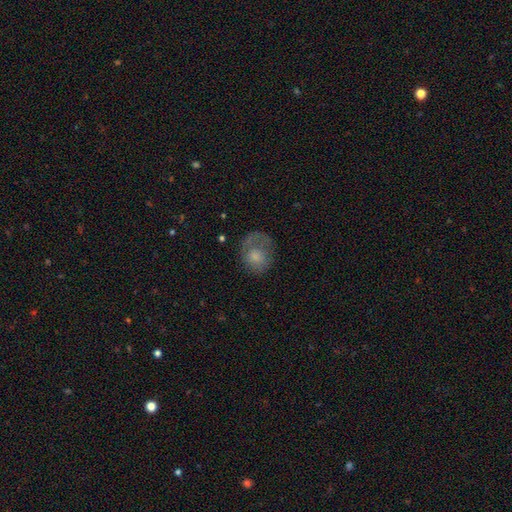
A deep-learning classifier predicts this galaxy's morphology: A smooth galaxy with no disk features (61%) that is round (69%).

Vote fractions:
- Smooth or featured? smooth: 61% / featured or disk: 30% / star or artifact: 10%
- How rounded? round: 69% / in between: 30% / cigar-shaped: 1%
- Merging? none: 47% / major disturbance: 28% / minor disturbance: 22% / merger: 3%